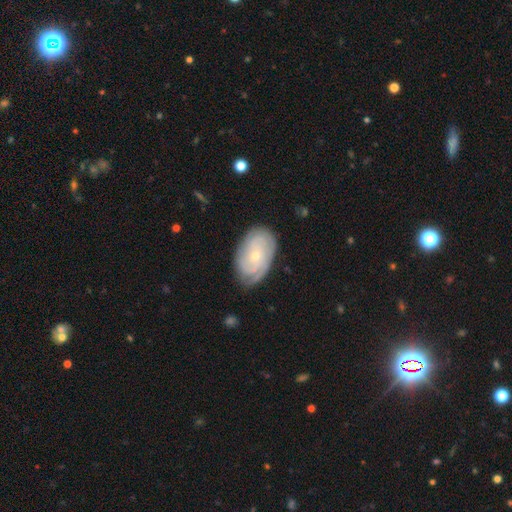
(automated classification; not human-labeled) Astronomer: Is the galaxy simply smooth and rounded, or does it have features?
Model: featured or disk — 73%.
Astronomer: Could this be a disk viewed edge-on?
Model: no — 96%.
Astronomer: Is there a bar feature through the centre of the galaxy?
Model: no — 79%.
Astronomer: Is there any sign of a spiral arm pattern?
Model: yes — 90%.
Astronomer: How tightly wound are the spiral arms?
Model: tight — 74%.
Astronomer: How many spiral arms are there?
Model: can't tell — 46%.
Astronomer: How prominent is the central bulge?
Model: small — 73%.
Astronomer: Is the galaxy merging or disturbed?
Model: none — 76%.